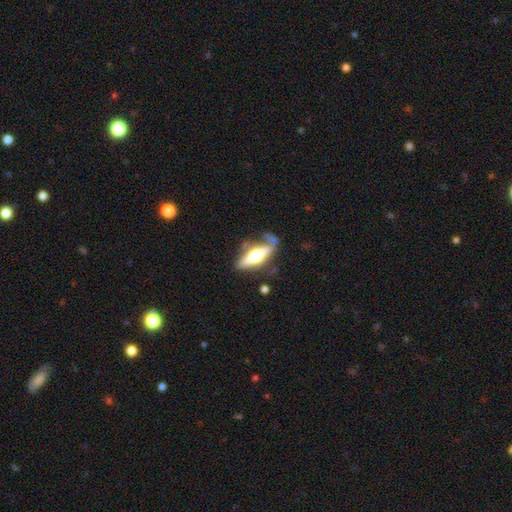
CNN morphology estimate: Smooth or featured: featured or disk — 63% (smooth — 31%)
Edge-on disk: yes — 85% (no — 15%)
Edge-on bulge: rounded — 94% (boxy — 4%)
Merging: none — 53% (minor disturbance — 22%)